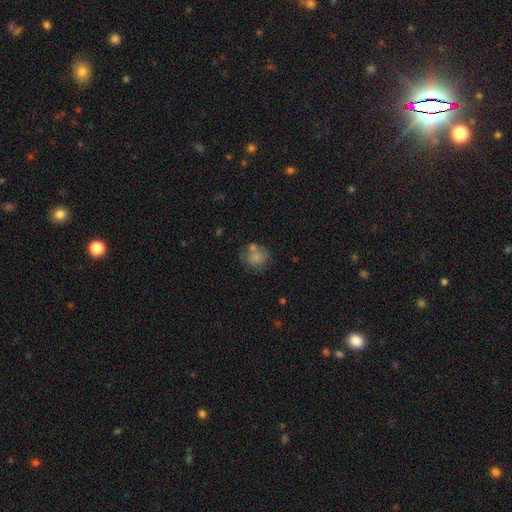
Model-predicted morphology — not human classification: smooth-or-featured: smooth: 72% | featured or disk: 18% | star or artifact: 9%
  how-rounded: round: 78% | in between: 21% | cigar-shaped: 1%
  merging: none: 50% | merger: 21% | minor disturbance: 19% | major disturbance: 10%